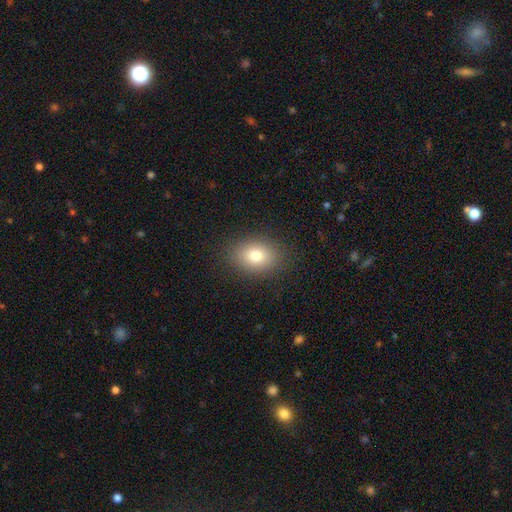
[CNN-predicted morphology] This is likely a smooth galaxy (79%). How rounded: likely in between (69%). Merging: clearly none (88%).